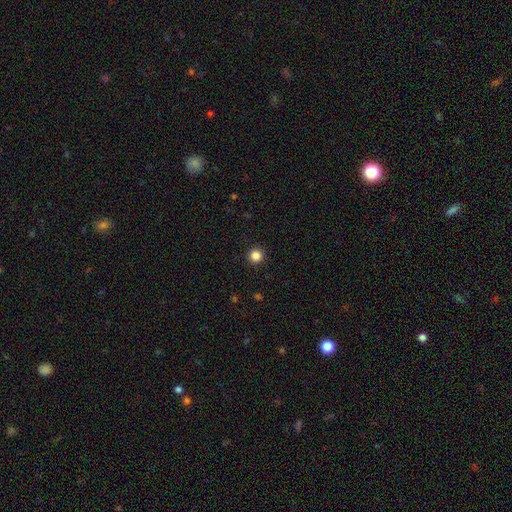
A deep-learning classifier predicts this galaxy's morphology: Smooth or featured?
  - smooth: 85% *
  - star or artifact: 12%
  - featured or disk: 3%
How rounded?
  - round: 96% *
  - in between: 3%
  - cigar-shaped: 1%
Merging?
  - none: 93% *
  - minor disturbance: 4%
  - major disturbance: 2%
  - merger: 1%